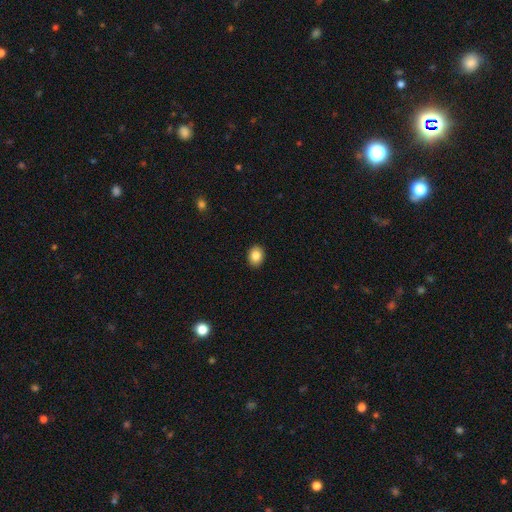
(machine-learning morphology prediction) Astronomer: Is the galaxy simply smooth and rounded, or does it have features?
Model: smooth — 85%.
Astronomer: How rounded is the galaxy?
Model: in between — 58% (runner-up: round, 41%).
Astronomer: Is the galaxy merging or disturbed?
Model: none — 91%.